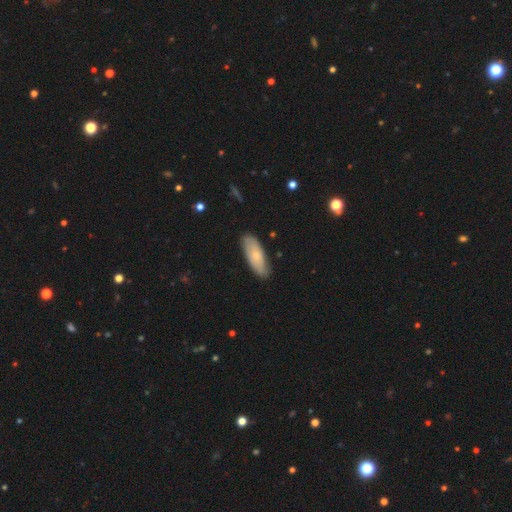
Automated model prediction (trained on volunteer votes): A smooth galaxy with no disk features (68%) that is in between round and cigar-shaped (69%).

Vote fractions:
- Smooth or featured? smooth: 68% / featured or disk: 26% / star or artifact: 6%
- How rounded? in between: 69% / cigar-shaped: 29% / round: 2%
- Merging? none: 82% / minor disturbance: 14% / major disturbance: 2% / merger: 1%